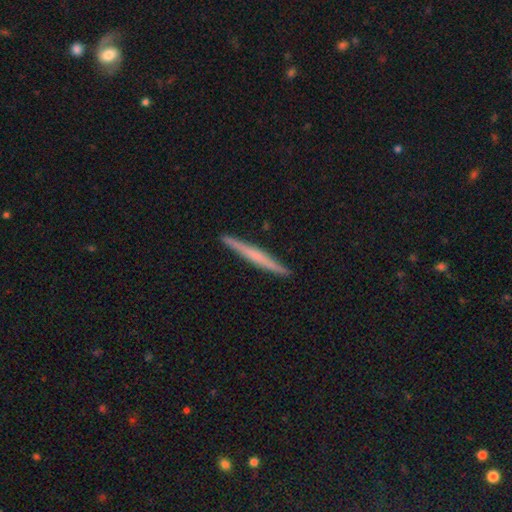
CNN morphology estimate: A featured or disk galaxy (54%) viewed edge-on (98%) with no central bulge (62%). Merging: none (93%).